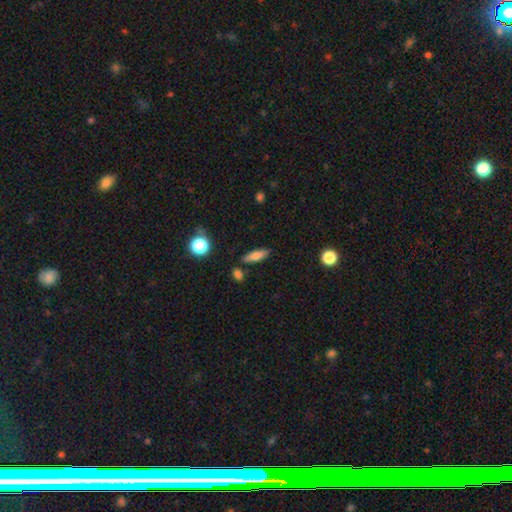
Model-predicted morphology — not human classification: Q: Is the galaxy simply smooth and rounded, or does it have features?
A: smooth — 71%.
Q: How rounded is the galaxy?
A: cigar-shaped — 54%.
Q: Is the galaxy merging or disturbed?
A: none — 81%.